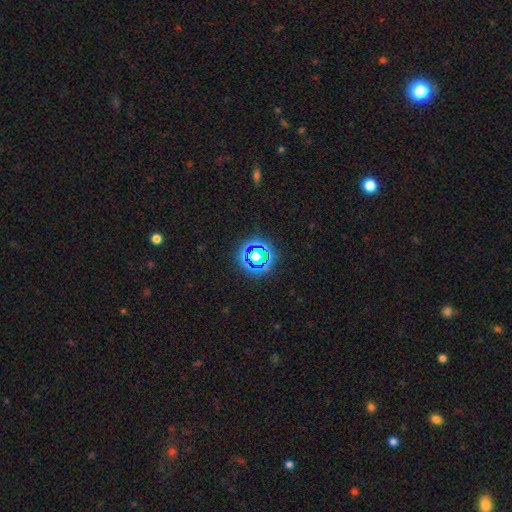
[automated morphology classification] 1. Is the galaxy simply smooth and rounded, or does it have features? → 62% star or artifact, 26% smooth, 12% featured or disk.